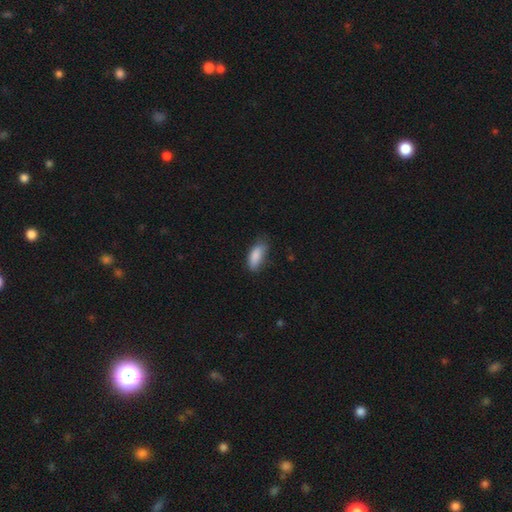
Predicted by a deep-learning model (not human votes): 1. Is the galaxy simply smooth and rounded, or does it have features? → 87% smooth, 7% star or artifact, 6% featured or disk.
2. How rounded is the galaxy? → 79% in between, 18% cigar-shaped, 2% round.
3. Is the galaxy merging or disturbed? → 62% none, 30% minor disturbance, 7% major disturbance, 2% merger.